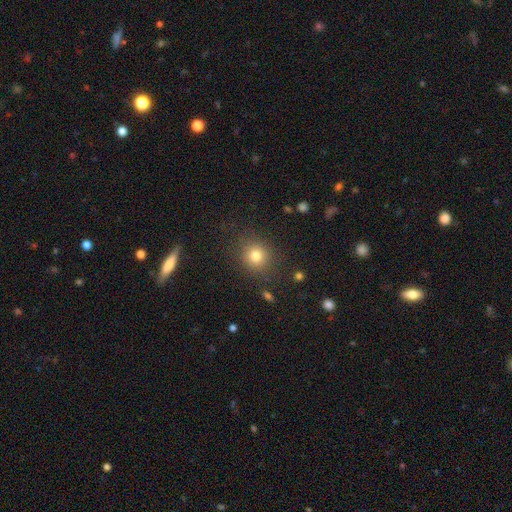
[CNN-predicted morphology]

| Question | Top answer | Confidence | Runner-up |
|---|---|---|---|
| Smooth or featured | smooth | 79% | star or artifact (14%) |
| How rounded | round | 87% | in between (12%) |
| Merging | none | 86% | minor disturbance (8%) |